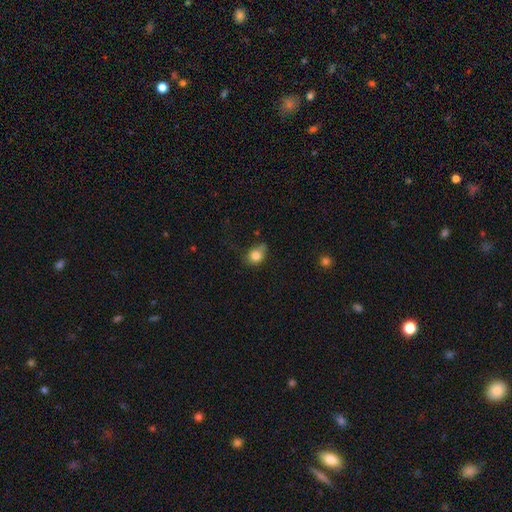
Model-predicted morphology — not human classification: Smooth or featured? Predicted: smooth (p=0.82). How rounded? Predicted: round (p=0.59). Merging? Predicted: none (p=0.50).